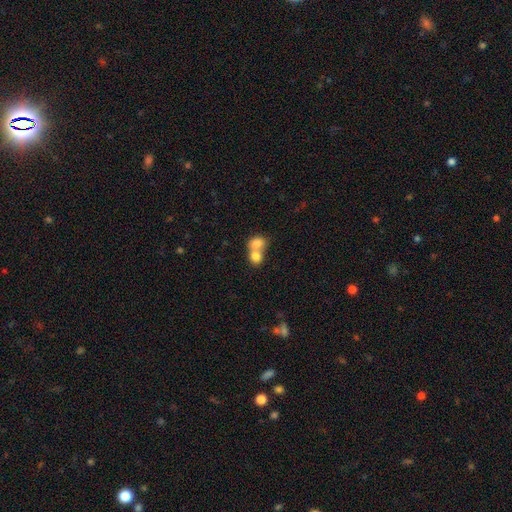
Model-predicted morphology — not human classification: A smooth galaxy with no disk features (78%) that is round (59%). Merging: merger (70%).